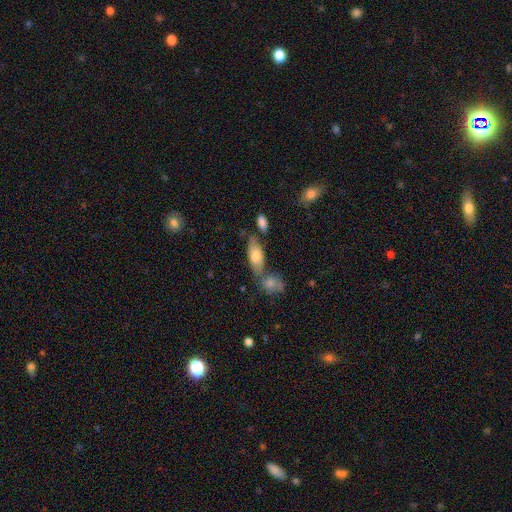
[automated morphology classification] A smooth galaxy with no disk features (67%) that is in between round and cigar-shaped (78%). Merging: none (49%).